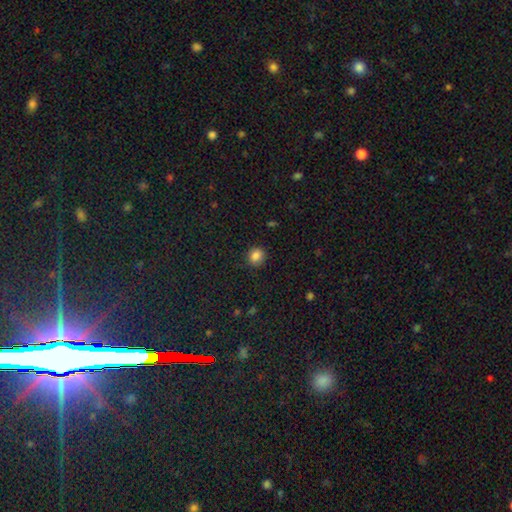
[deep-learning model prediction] Morphology: type=smooth (85%); roundness=round (83%); merging=none (88%).